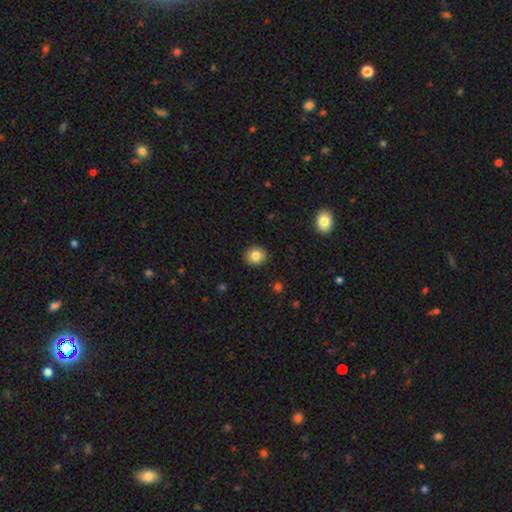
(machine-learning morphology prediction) Smooth or featured? Predicted: smooth (p=0.84). How rounded? Predicted: round (p=0.82). Merging? Predicted: none (p=0.91).